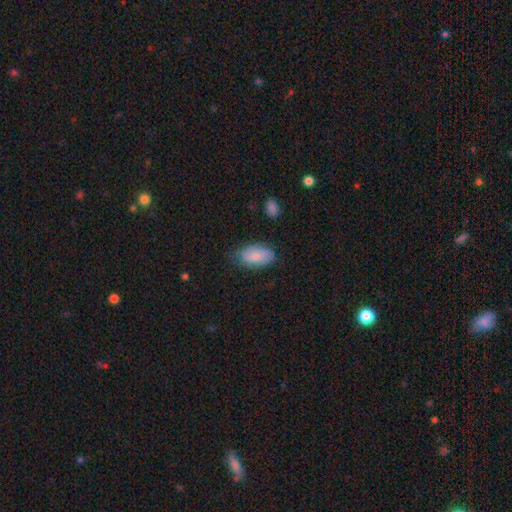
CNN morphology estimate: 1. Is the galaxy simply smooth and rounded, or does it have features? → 78% smooth, 15% featured or disk, 6% star or artifact.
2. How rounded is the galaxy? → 93% in between, 4% round, 3% cigar-shaped.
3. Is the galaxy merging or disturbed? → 69% none, 24% minor disturbance, 5% major disturbance, 2% merger.